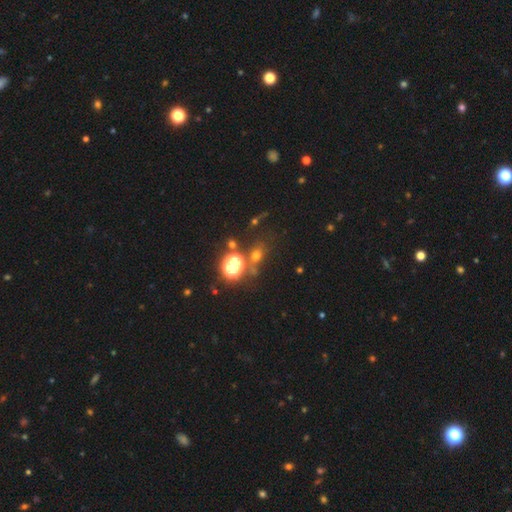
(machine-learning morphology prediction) This appears to be a smooth galaxy with no disk features (56%) that is round (64%). Merging: none (68%).